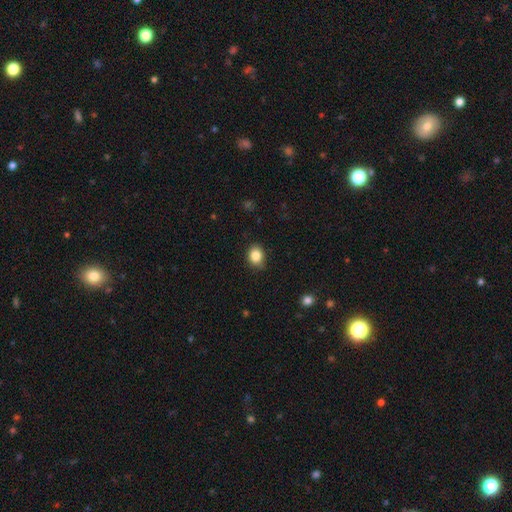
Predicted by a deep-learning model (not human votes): A smooth galaxy with no disk features (85%) that is round (57%). Merging: none (83%).